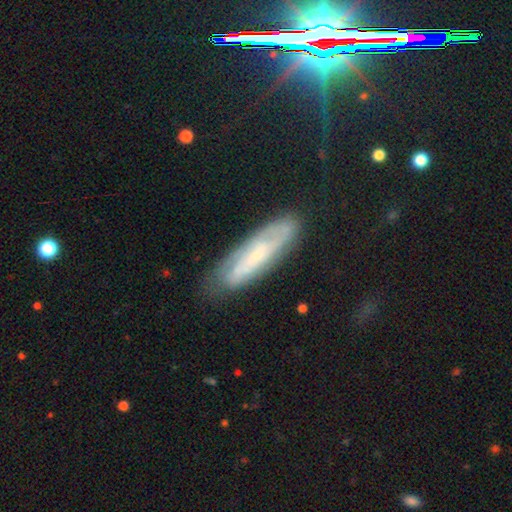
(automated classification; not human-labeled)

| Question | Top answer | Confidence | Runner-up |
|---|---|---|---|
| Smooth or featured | featured or disk | 60% | smooth (31%) |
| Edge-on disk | no | 67% | yes (33%) |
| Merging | none | 75% | minor disturbance (18%) |